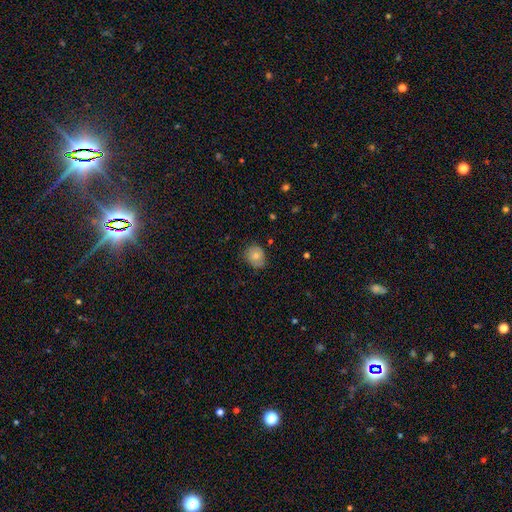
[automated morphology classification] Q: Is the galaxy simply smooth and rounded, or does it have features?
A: smooth — 76%.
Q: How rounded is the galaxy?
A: round — 62%.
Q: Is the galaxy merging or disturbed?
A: none — 70%.